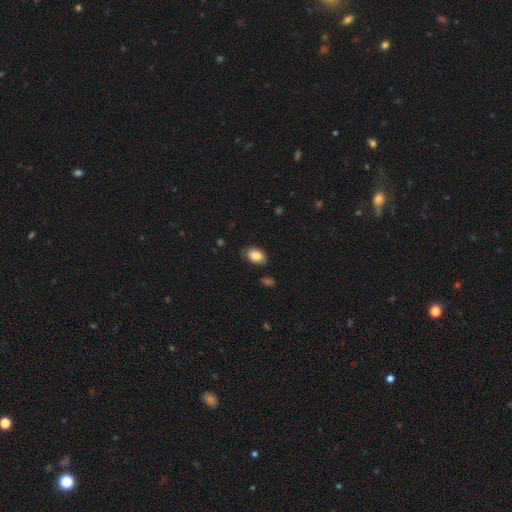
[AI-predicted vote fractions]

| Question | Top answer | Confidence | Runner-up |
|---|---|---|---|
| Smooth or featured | smooth | 86% | featured or disk (7%) |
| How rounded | in between | 89% | round (10%) |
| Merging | none | 81% | minor disturbance (14%) |